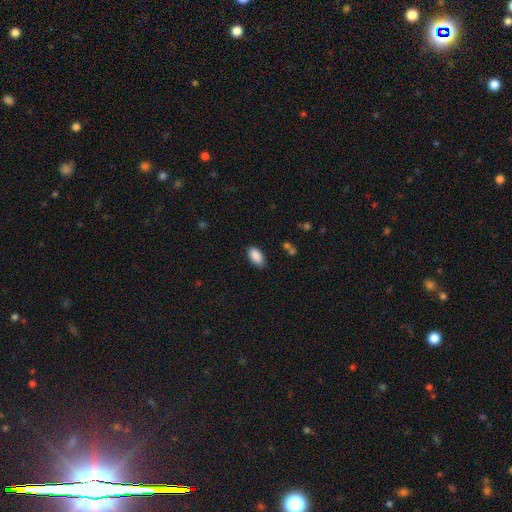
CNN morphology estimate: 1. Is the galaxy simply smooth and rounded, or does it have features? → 89% smooth, 7% star or artifact, 4% featured or disk.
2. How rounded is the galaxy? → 94% in between, 3% round, 3% cigar-shaped.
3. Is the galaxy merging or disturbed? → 84% none, 12% minor disturbance, 3% major disturbance, 1% merger.